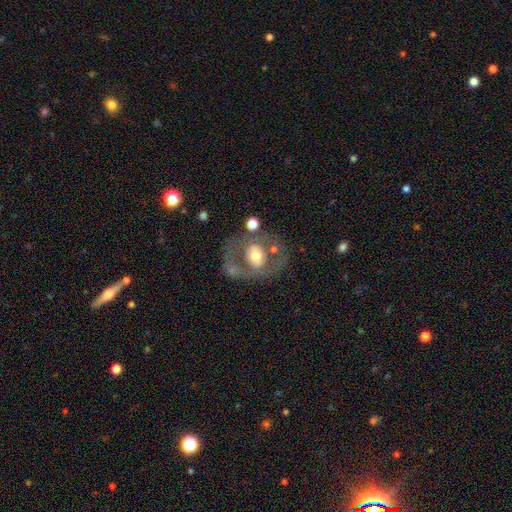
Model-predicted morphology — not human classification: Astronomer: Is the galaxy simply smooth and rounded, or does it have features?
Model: featured or disk — 53% (runner-up: smooth, 40%).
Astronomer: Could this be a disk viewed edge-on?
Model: no — 93%.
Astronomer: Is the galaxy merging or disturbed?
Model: none — 63%.